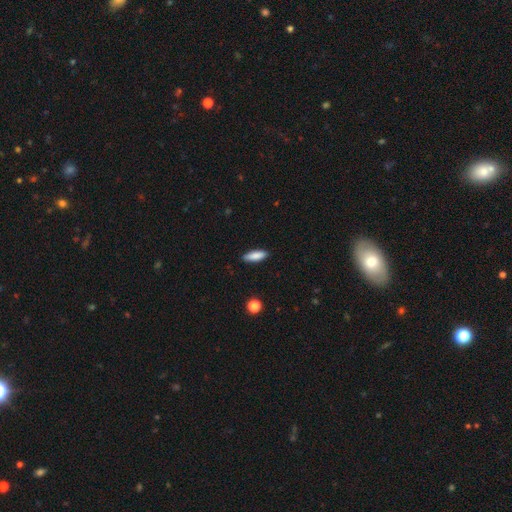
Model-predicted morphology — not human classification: Smooth or featured?
  - smooth: 86% *
  - featured or disk: 8%
  - star or artifact: 6%
How rounded?
  - in between: 54% *
  - cigar-shaped: 44%
  - round: 2%
Merging?
  - none: 88% *
  - minor disturbance: 9%
  - major disturbance: 2%
  - merger: 1%